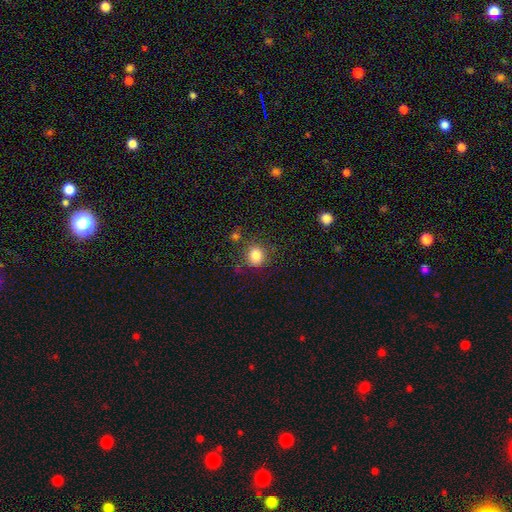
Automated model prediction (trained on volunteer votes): Overall: smooth (83%). How rounded: round (74%). Merging: none (79%).